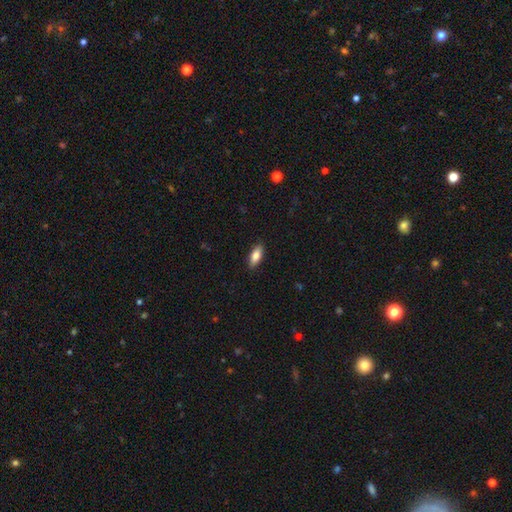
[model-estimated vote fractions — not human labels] The model was most divided on "how rounded": in between: 76%, cigar-shaped: 21%, round: 2%. More confident: merging — none (88%); smooth or featured — smooth (80%).